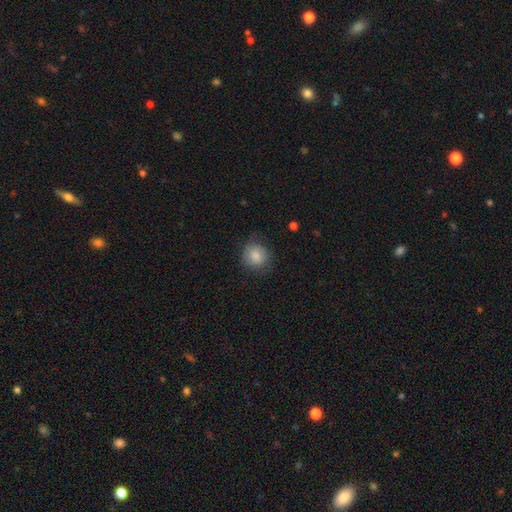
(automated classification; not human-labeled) smooth_or_featured: smooth (p=0.81) [alt: featured or disk p=0.11]
how_rounded: round (p=0.83) [alt: in between p=0.16]
merging: none (p=0.71) [alt: minor disturbance p=0.21]